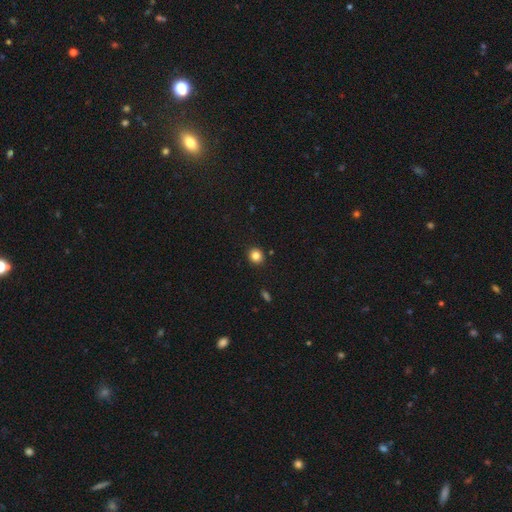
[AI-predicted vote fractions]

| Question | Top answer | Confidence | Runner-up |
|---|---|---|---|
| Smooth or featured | smooth | 83% | star or artifact (11%) |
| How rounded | round | 82% | in between (17%) |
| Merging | none | 90% | minor disturbance (6%) |